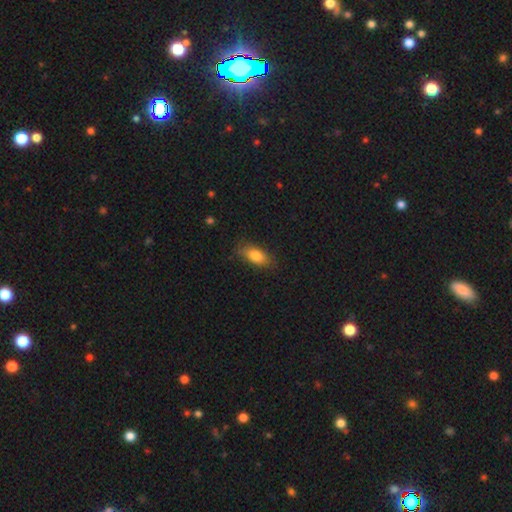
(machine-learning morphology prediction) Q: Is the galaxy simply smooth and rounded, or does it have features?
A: smooth — 81%.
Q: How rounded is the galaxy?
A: in between — 84%.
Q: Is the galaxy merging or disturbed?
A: none — 80%.